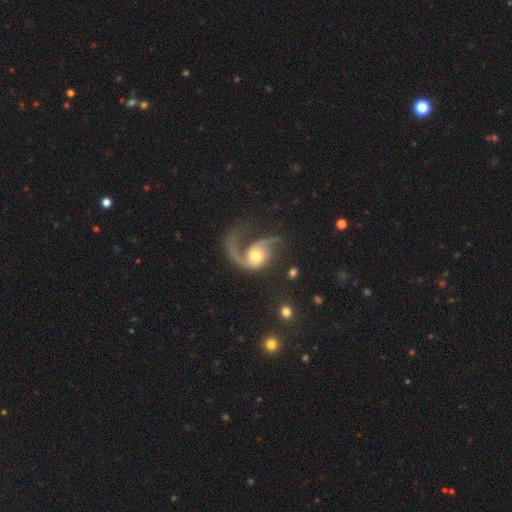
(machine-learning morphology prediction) Smooth or featured? Predicted: featured or disk (p=0.85). Edge-on disk? Predicted: no (p=0.97). Bar? Predicted: no (p=0.67). Spiral arms? Predicted: yes (p=0.95). Spiral winding? Predicted: loose (p=0.64). Spiral arm count? Predicted: 2 (p=0.58). Bulge size? Predicted: moderate (p=0.62). Merging? Predicted: none (p=0.41).